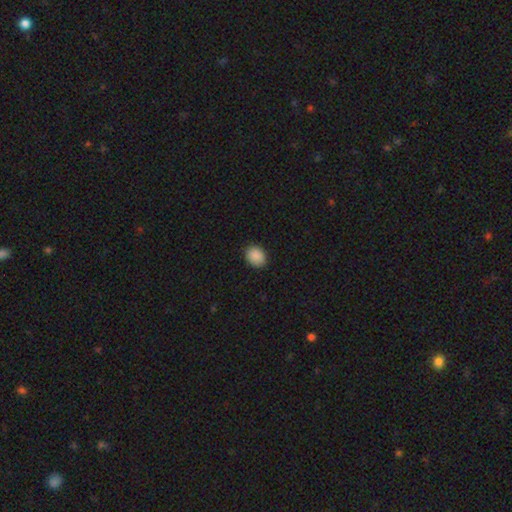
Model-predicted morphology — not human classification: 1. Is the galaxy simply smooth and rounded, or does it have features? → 89% smooth, 8% star or artifact, 3% featured or disk.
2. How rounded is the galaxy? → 50% round, 49% in between, 1% cigar-shaped.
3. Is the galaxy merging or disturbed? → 88% none, 9% minor disturbance, 2% major disturbance, 1% merger.